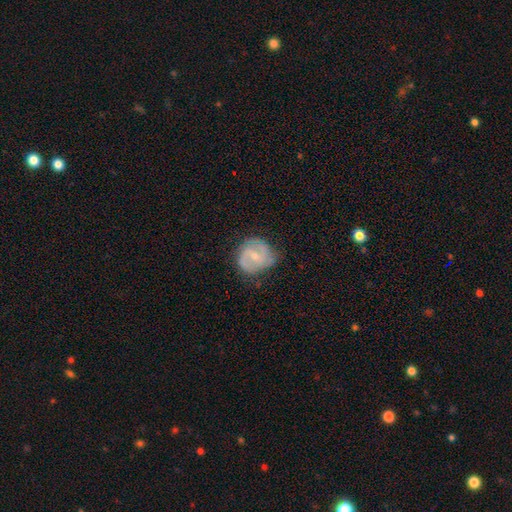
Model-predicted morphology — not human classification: smooth_or_featured: featured or disk (p=0.65) [alt: smooth p=0.29]
disk_edge_on: no (p=0.98) [alt: yes p=0.02]
bar: weak (p=0.50) [alt: no p=0.39]
has_spiral_arms: yes (p=0.85) [alt: no p=0.15]
spiral_winding: medium (p=0.47) [alt: tight p=0.35]
spiral_arm_count: 2 (p=0.64) [alt: can't tell p=0.18]
bulge_size: small (p=0.60) [alt: moderate p=0.35]
merging: none (p=0.64) [alt: minor disturbance p=0.26]